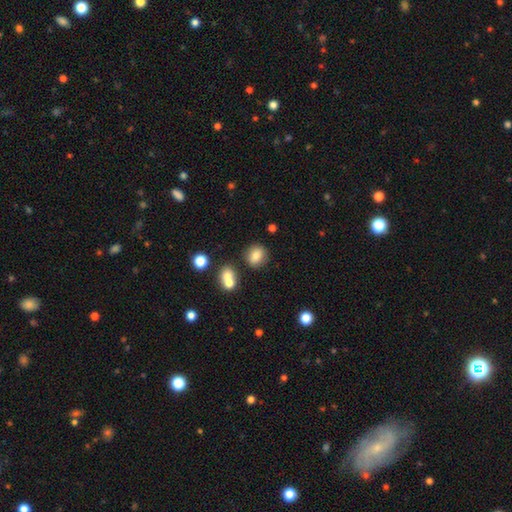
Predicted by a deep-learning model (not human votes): Overall: smooth (80%). How rounded: round (71%). Merging: none (79%).